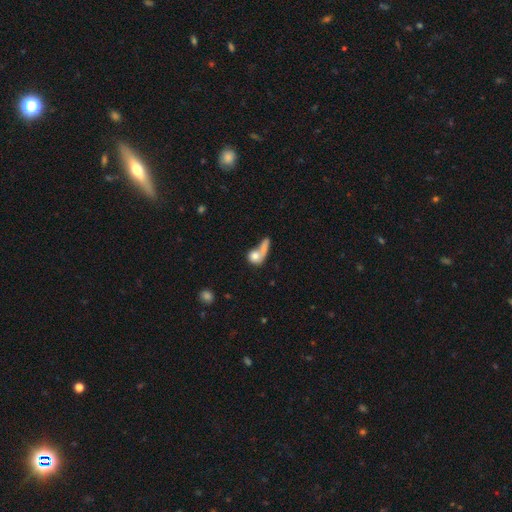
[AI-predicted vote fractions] Smooth or featured?
  - smooth: 70% *
  - featured or disk: 20%
  - star or artifact: 9%
How rounded?
  - round: 56% *
  - in between: 34%
  - cigar-shaped: 9%
Merging?
  - merger: 47% *
  - none: 28%
  - major disturbance: 16%
  - minor disturbance: 10%